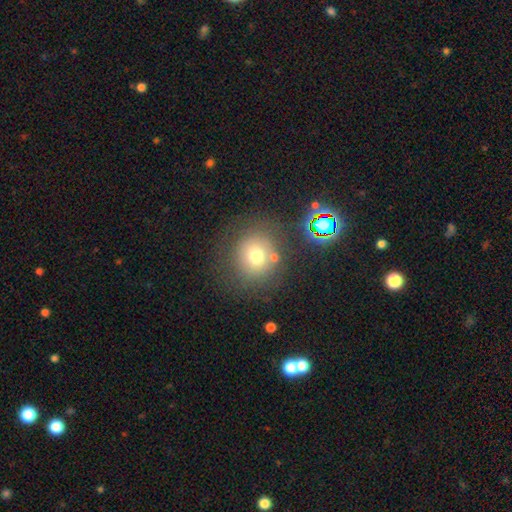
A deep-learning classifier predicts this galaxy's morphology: A smooth galaxy with no disk features (69%) that is round (87%). Merging: none (70%).